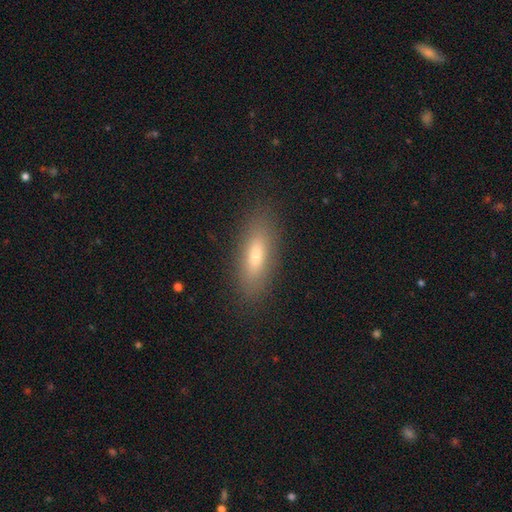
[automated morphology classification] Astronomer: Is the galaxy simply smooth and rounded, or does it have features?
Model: smooth — 74%.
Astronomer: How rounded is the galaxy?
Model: in between — 59% (runner-up: cigar-shaped, 39%).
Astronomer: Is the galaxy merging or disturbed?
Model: none — 86%.